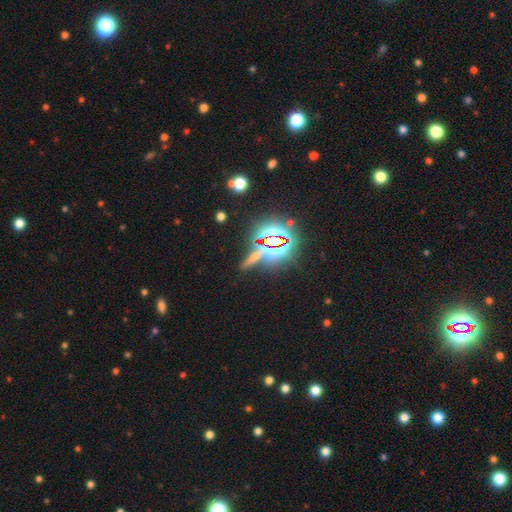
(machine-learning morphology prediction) Overall: star or artifact (68%).